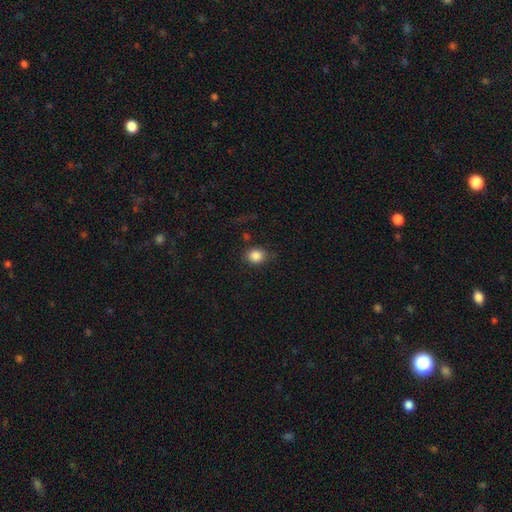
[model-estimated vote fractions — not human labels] A smooth galaxy with no disk features (85%) that is round (70%). Merging: none (77%).